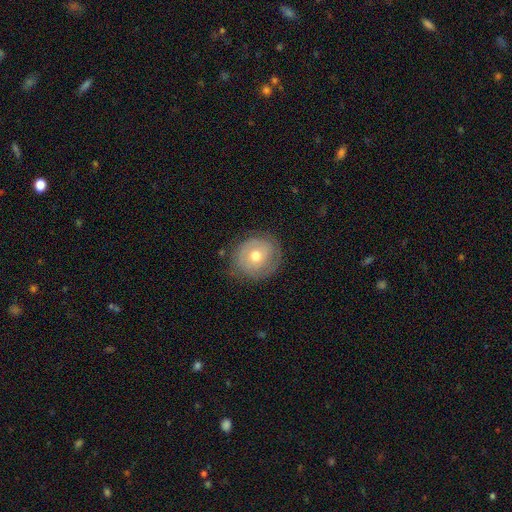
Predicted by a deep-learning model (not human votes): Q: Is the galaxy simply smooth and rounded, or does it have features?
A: smooth — 48%.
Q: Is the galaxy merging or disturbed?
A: none — 74%.